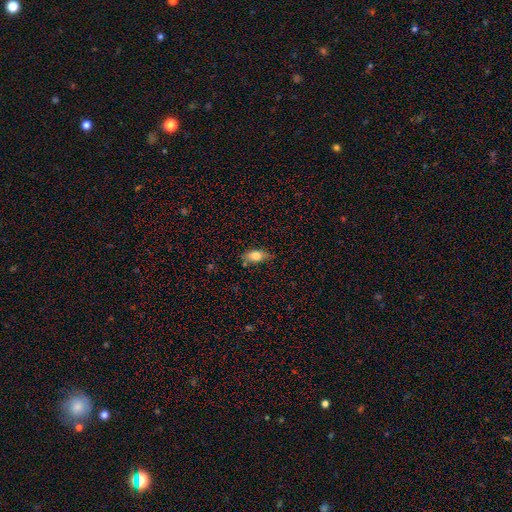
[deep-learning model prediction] This is likely a smooth galaxy (76%). How rounded: clearly in between (84%). Merging: likely none (70%).